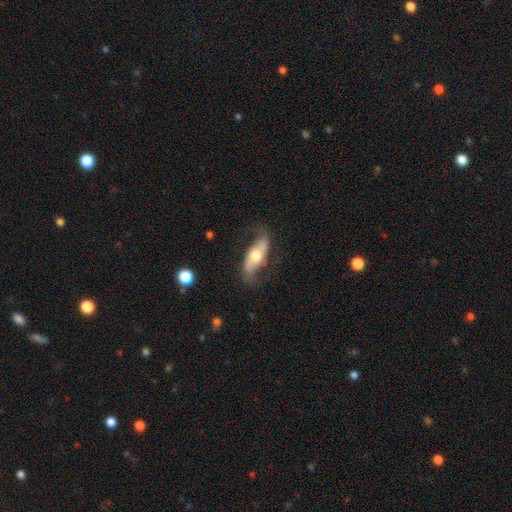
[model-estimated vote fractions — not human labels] Smooth or featured? Predicted: featured or disk (p=0.65). Edge-on disk? Predicted: no (p=0.82). Bar? Predicted: no (p=0.53). Spiral arms? Predicted: yes (p=0.82). Bulge size? Predicted: moderate (p=0.70). Merging? Predicted: none (p=0.67).